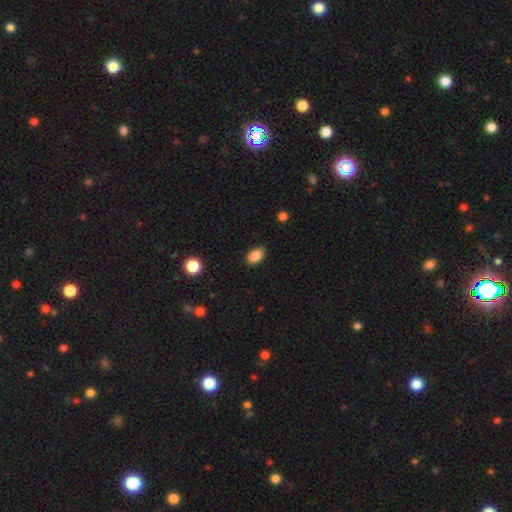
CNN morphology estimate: type=smooth (86%); roundness=in between (88%); merging=none (84%).